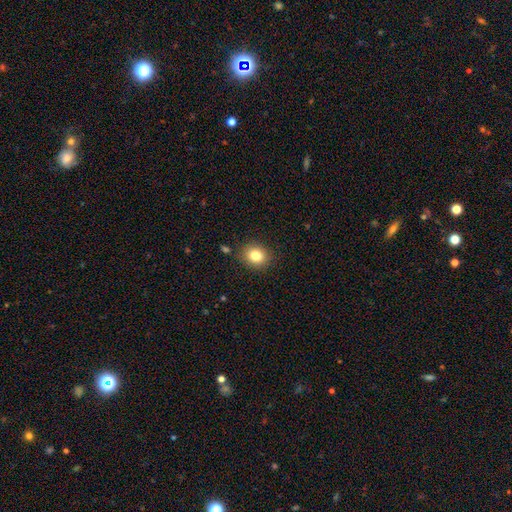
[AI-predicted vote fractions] smooth-or-featured: smooth: 82% | star or artifact: 11% | featured or disk: 7%
  how-rounded: round: 68% | in between: 31% | cigar-shaped: 1%
  merging: none: 86% | minor disturbance: 9% | major disturbance: 3% | merger: 2%